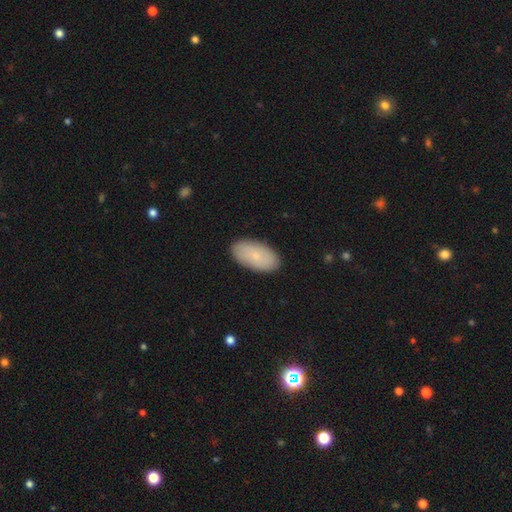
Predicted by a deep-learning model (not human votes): This appears to be a smooth galaxy with no disk features (79%) that is in between round and cigar-shaped (95%). Merging: none (89%).